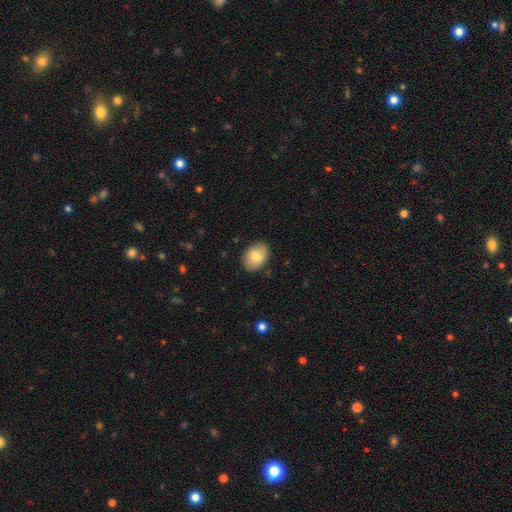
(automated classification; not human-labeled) This appears to be a smooth galaxy with no disk features (78%) that is in between round and cigar-shaped (76%). Merging: none (86%).